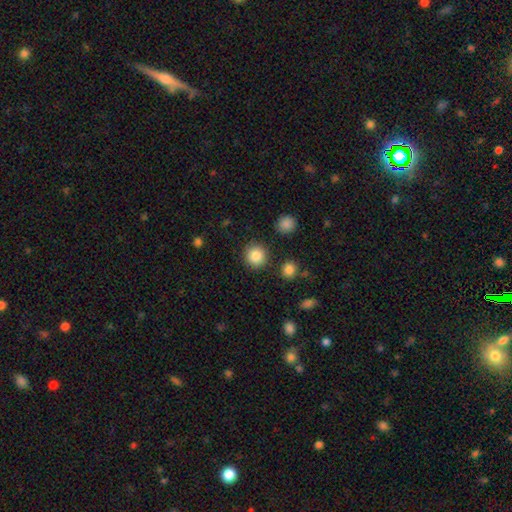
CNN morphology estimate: type=smooth (86%); roundness=round (93%); merging=none (89%).